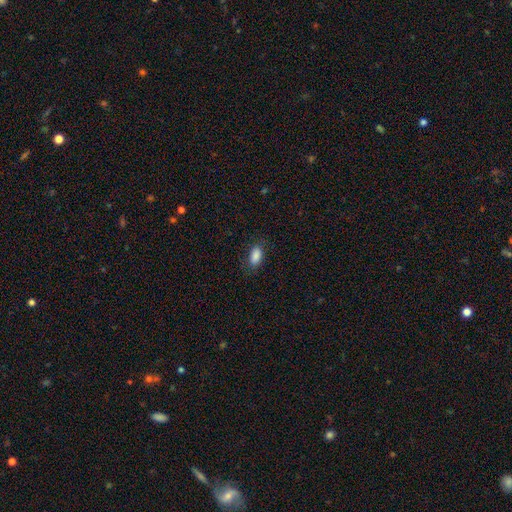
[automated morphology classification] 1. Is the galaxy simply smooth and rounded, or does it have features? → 88% smooth, 8% star or artifact, 5% featured or disk.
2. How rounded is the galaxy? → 91% in between, 4% round, 4% cigar-shaped.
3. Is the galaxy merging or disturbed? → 81% none, 14% minor disturbance, 4% major disturbance, 1% merger.